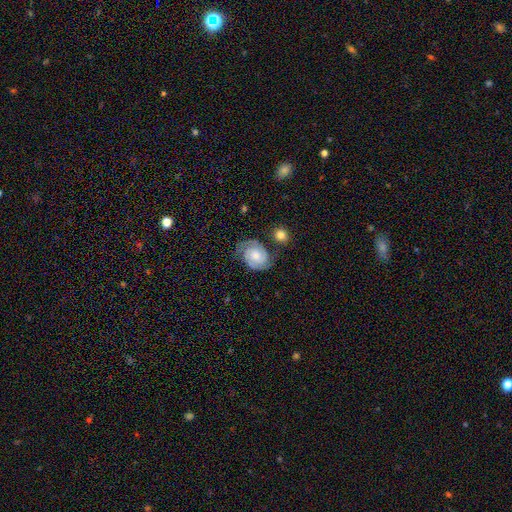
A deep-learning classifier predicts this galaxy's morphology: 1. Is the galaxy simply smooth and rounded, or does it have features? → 83% featured or disk, 11% smooth, 6% star or artifact.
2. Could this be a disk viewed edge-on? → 98% no, 2% yes.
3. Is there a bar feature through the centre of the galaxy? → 57% no, 35% weak, 8% strong.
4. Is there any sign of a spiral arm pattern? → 97% yes, 3% no.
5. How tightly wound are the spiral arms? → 60% tight, 34% medium, 6% loose.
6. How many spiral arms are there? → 90% 2, 4% can't tell, 2% 3, 2% 1, 1% 4, 1% more than 4.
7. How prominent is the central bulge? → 49% moderate, 27% small, 12% large, 10% none, 2% dominant.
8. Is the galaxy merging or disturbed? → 72% none, 17% minor disturbance, 6% major disturbance, 5% merger.